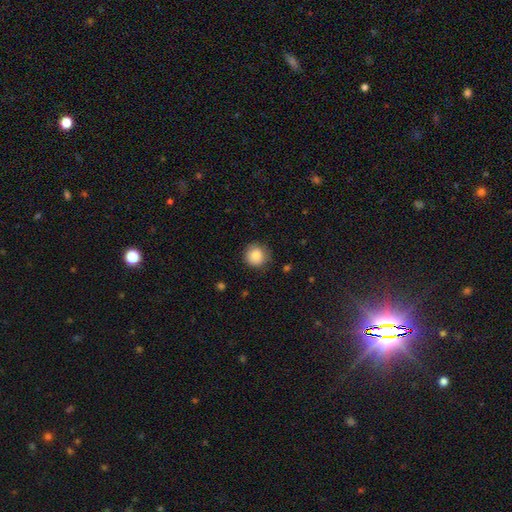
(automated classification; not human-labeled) A smooth galaxy with no disk features (86%) that is round (92%). Merging: none (82%).